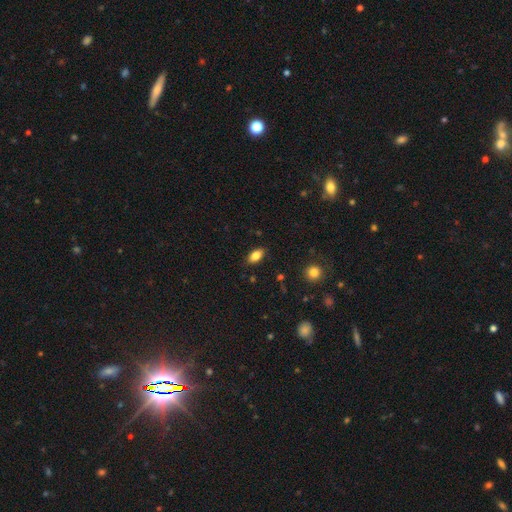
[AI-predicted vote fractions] This is clearly a smooth galaxy (83%). How rounded: clearly in between (90%). Merging: clearly none (86%).